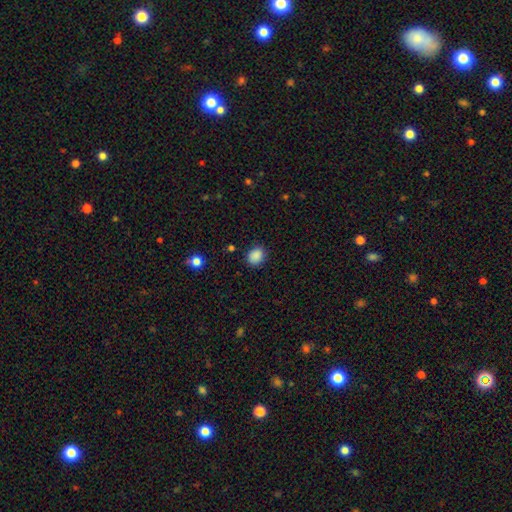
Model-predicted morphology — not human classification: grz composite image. It shows a smooth galaxy with no disk features (87%) that is round (57%). Merging: none (84%).